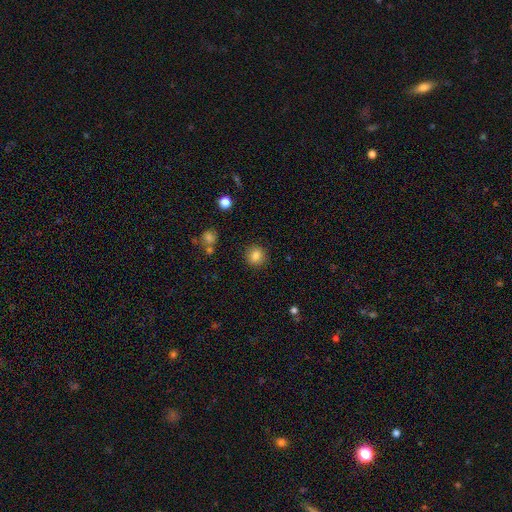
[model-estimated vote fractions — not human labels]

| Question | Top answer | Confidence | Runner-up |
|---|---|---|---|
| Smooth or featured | smooth | 84% | star or artifact (11%) |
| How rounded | round | 88% | in between (11%) |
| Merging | none | 89% | minor disturbance (7%) |